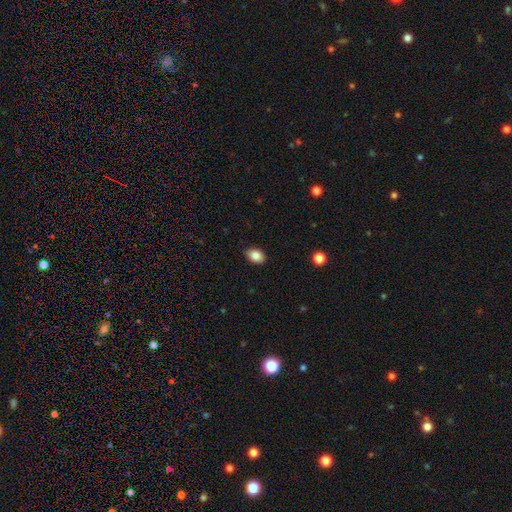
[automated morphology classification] Smooth or featured: smooth — 86% (star or artifact — 8%)
How rounded: in between — 79% (round — 20%)
Merging: none — 85% (minor disturbance — 12%)